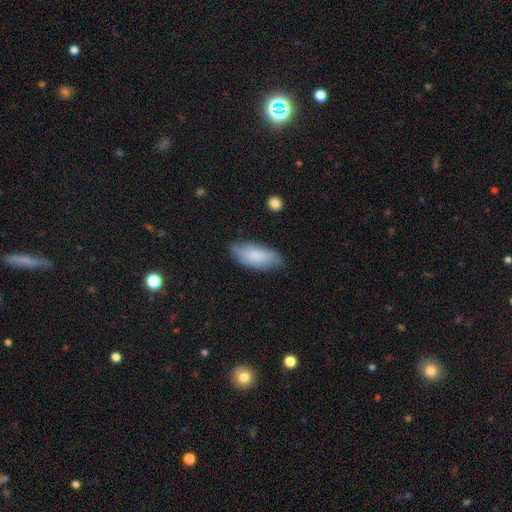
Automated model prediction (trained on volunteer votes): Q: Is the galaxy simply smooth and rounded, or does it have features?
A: smooth — 82%.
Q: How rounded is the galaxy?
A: in between — 84%.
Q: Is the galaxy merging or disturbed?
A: none — 75%.